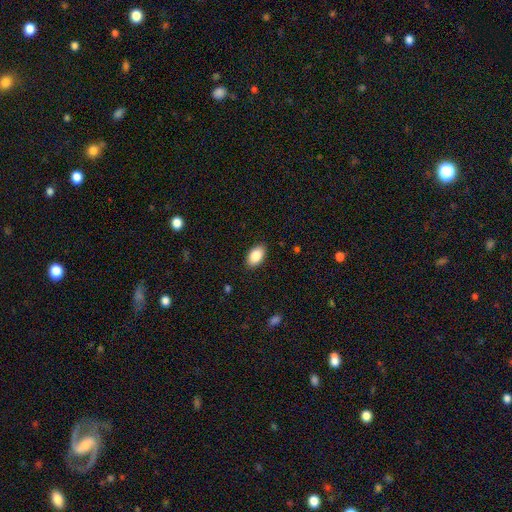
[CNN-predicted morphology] The model was most divided on "smooth or featured": smooth: 86%, star or artifact: 7%, featured or disk: 7%. More confident: how rounded — in between (93%); merging — none (88%).